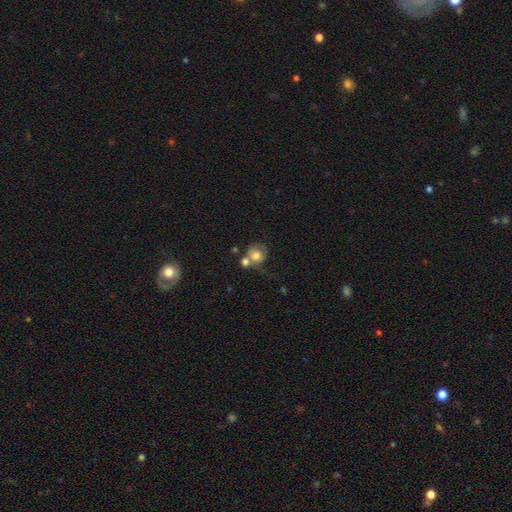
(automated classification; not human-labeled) This is likely a smooth galaxy (67%). How rounded: clearly round (81%). Merging: marginally merger (36%).